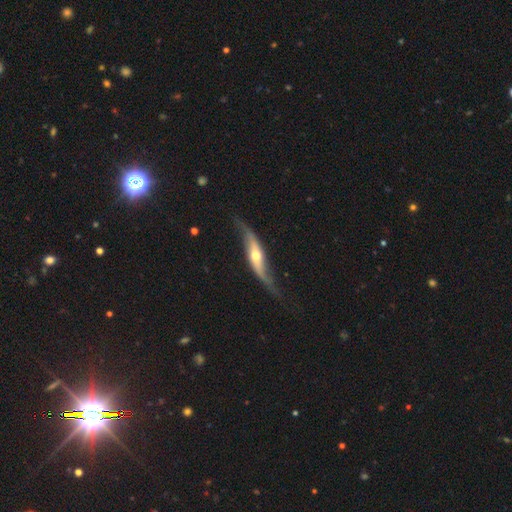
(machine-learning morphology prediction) Smooth or featured?
  - featured or disk: 79% *
  - smooth: 16%
  - star or artifact: 5%
Edge-on disk?
  - no: 59% *
  - yes: 41%
Merging?
  - none: 58% *
  - minor disturbance: 26%
  - major disturbance: 13%
  - merger: 3%